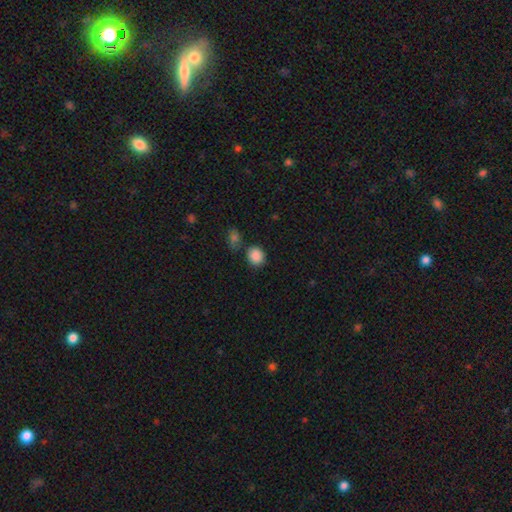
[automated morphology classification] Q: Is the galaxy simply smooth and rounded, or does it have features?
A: smooth — 88%.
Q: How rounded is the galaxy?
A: round — 75%.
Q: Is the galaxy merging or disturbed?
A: none — 76%.